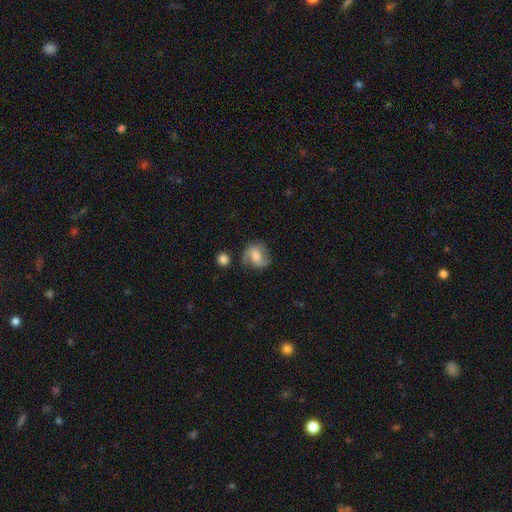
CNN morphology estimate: Smooth or featured? featured or disk (63%)
Edge-on disk? no (97%)
Bar? weak (43%, tied with no)
Spiral arms? yes (91%)
Spiral winding? medium (46%)
Spiral arm count? 2 (78%)
Bulge size? moderate (55%)
Merging? none (67%)